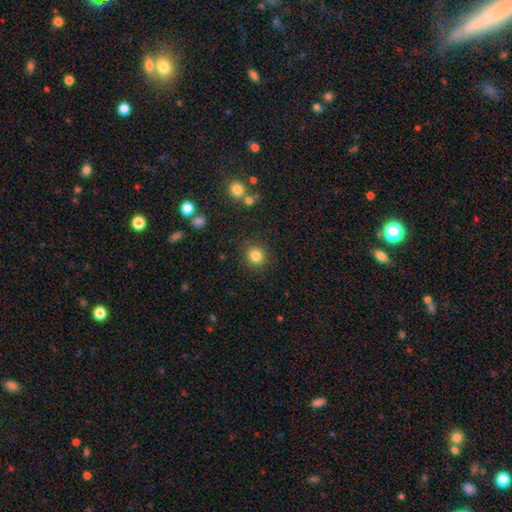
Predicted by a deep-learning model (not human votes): The model was most divided on "smooth or featured": smooth: 83%, star or artifact: 11%, featured or disk: 5%. More confident: merging — none (88%); how rounded — round (88%).